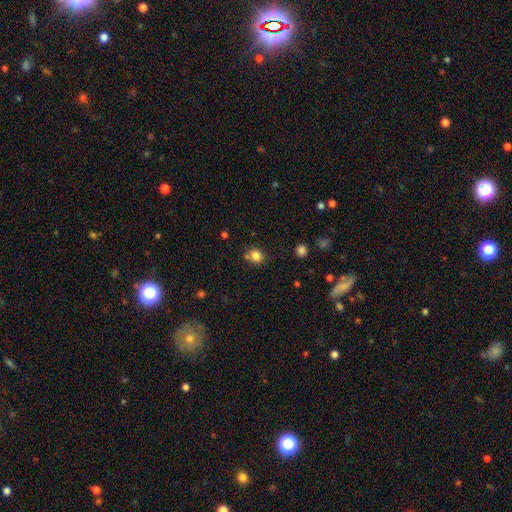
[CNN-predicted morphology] Smooth or featured? smooth (82%)
How rounded? round (69%)
Merging? none (69%)